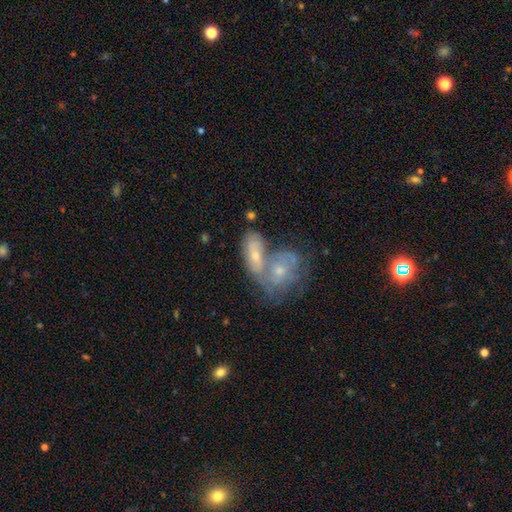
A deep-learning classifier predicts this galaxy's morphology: Smooth or featured? Predicted: featured or disk (p=0.57). Edge-on disk? Predicted: no (p=0.88). Bar? Predicted: no (p=0.66). Spiral arms? Predicted: yes (p=0.65). Bulge size? Predicted: small (p=0.55). Merging? Predicted: merger (p=0.55).